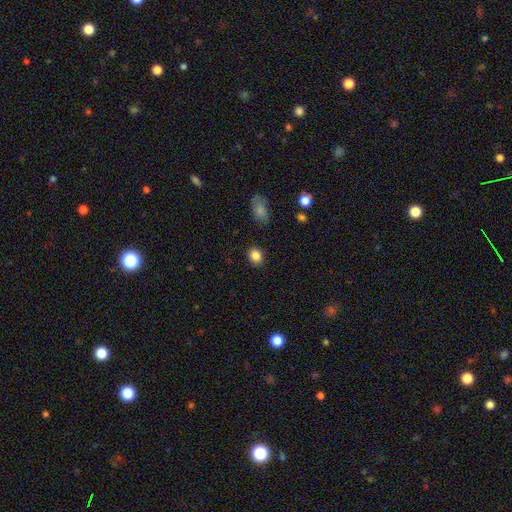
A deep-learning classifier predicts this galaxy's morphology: smooth 85%, star or artifact 10%, featured or disk 5%. Down the decision tree: how rounded — round (58%); merging — none (87%).